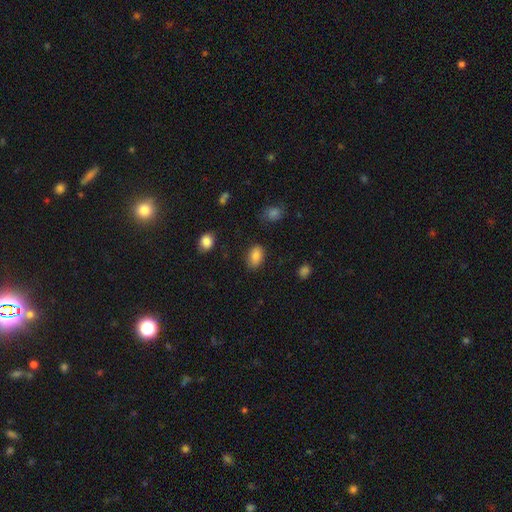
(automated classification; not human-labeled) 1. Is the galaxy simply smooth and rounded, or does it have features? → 85% smooth, 9% star or artifact, 7% featured or disk.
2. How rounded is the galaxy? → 88% in between, 10% round, 2% cigar-shaped.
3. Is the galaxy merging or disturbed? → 81% none, 14% minor disturbance, 3% major disturbance, 2% merger.